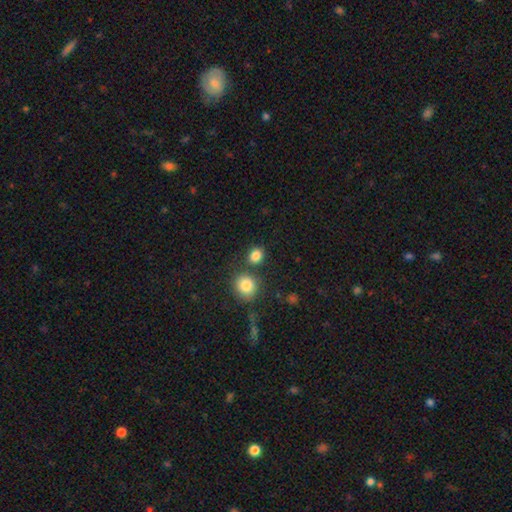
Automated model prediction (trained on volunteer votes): Smooth or featured? smooth (84%)
How rounded? round (59%)
Merging? none (74%)